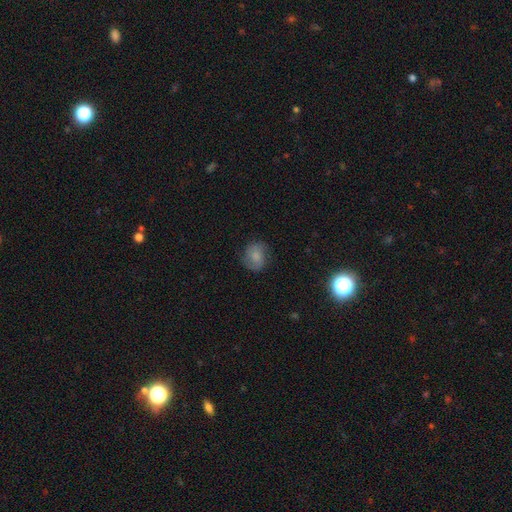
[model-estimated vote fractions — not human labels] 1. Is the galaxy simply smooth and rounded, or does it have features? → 62% smooth, 29% featured or disk, 9% star or artifact.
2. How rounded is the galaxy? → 66% round, 33% in between, 1% cigar-shaped.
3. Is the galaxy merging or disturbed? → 72% none, 20% minor disturbance, 7% major disturbance, 1% merger.